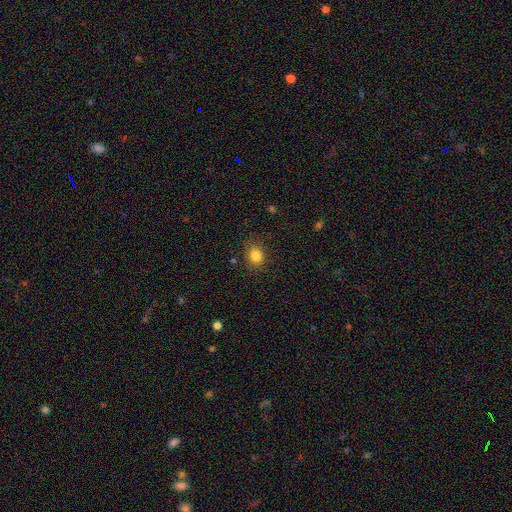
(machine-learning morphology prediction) Overall: smooth (84%). How rounded: round (64%; in between 35%). Merging: none (81%).